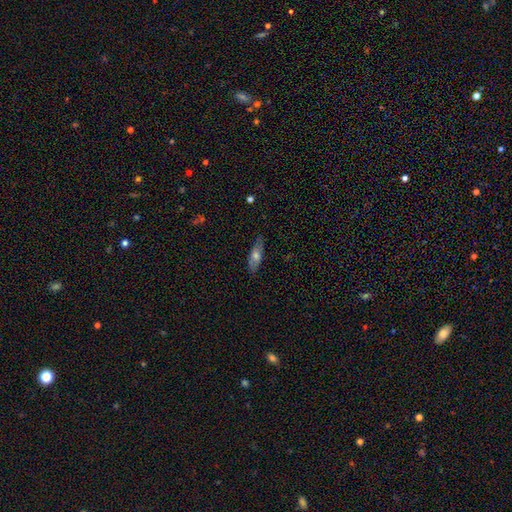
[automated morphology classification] This is likely a smooth galaxy (61%). How rounded: possibly in between (52%). Merging: clearly none (83%).